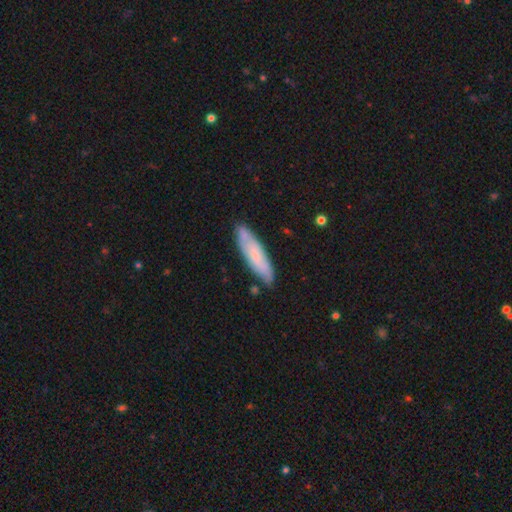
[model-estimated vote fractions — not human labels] smooth_or_featured: smooth (p=0.60) [alt: featured or disk p=0.34]
how_rounded: cigar-shaped (p=0.68) [alt: in between p=0.31]
merging: none (p=0.77) [alt: minor disturbance p=0.17]